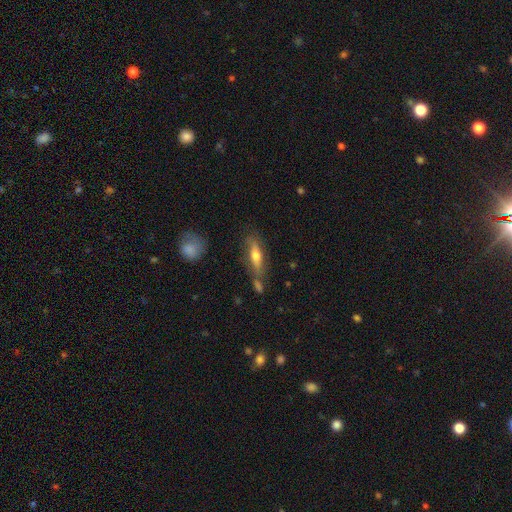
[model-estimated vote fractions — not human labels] The model was most divided on "smooth or featured": smooth: 50%, featured or disk: 44%, star or artifact: 7%. More confident: merging — none (62%).